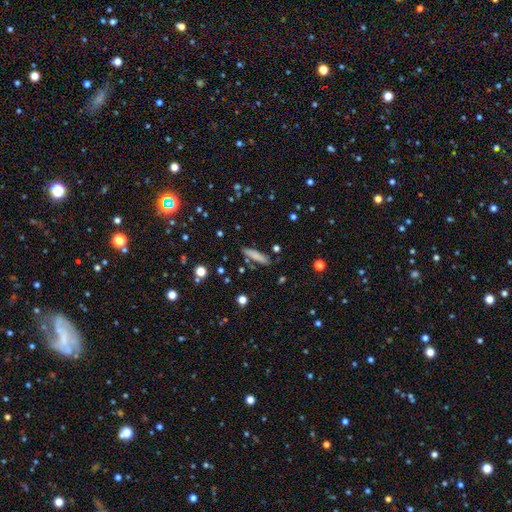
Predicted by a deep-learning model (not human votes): Smooth or featured? Predicted: smooth (p=0.78). How rounded? Predicted: cigar-shaped (p=0.81). Merging? Predicted: none (p=0.83).